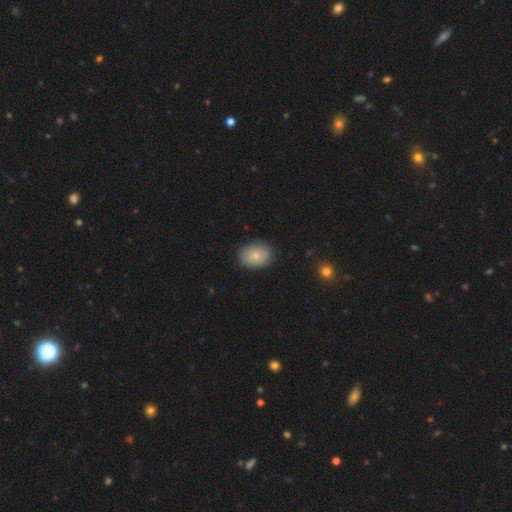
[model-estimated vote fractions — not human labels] Smooth or featured?
  - smooth: 81% *
  - featured or disk: 12%
  - star or artifact: 8%
How rounded?
  - in between: 64% *
  - round: 35%
  - cigar-shaped: 1%
Merging?
  - none: 83% *
  - minor disturbance: 13%
  - major disturbance: 3%
  - merger: 1%